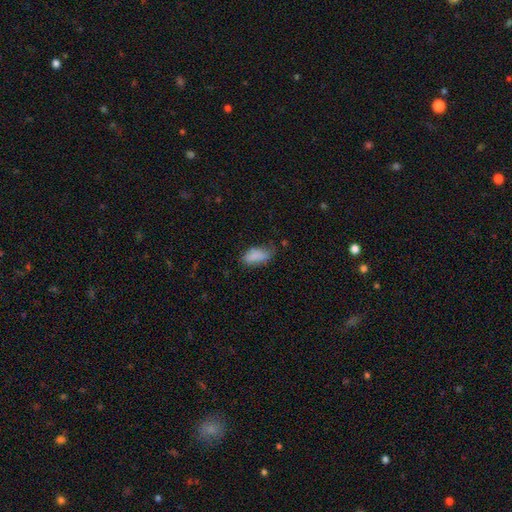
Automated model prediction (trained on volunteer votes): This appears to be a smooth galaxy with no disk features (83%) that is in between round and cigar-shaped (90%). Merging: none (46%).